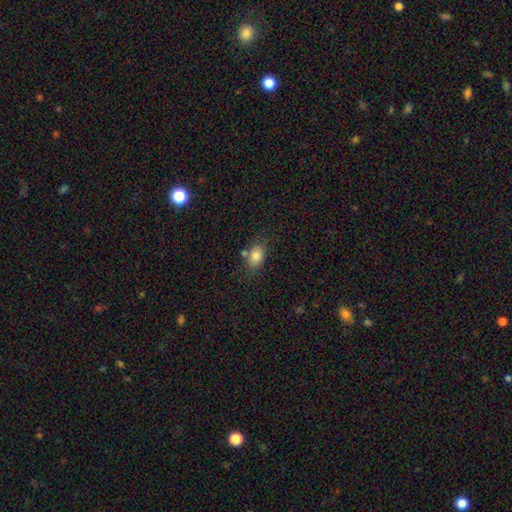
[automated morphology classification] smooth 82%, star or artifact 10%, featured or disk 8%. Down the decision tree: how rounded — in between (72%); merging — none (66%).